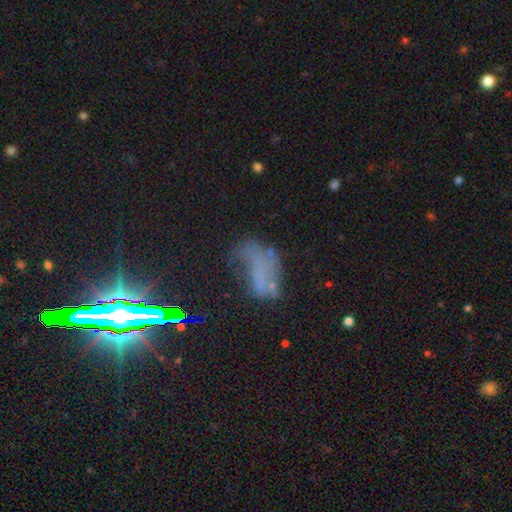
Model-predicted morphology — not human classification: This is marginally a featured or disk galaxy (37%). Merging: marginally none (35%).